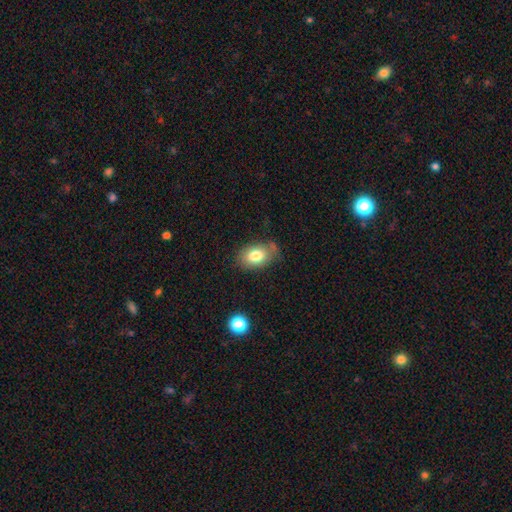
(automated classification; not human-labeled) This appears to be a smooth galaxy with no disk features (78%) that is in between round and cigar-shaped (84%). Merging: none (67%).